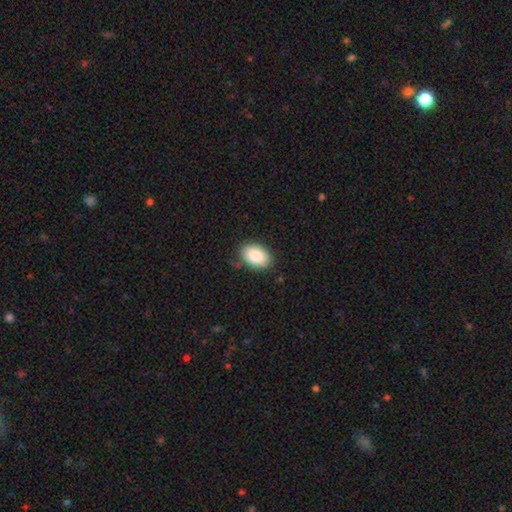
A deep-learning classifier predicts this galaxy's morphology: Smooth or featured?
  - smooth: 85% *
  - featured or disk: 8%
  - star or artifact: 7%
How rounded?
  - in between: 85% *
  - round: 14%
  - cigar-shaped: 1%
Merging?
  - none: 82% *
  - minor disturbance: 14%
  - major disturbance: 3%
  - merger: 1%